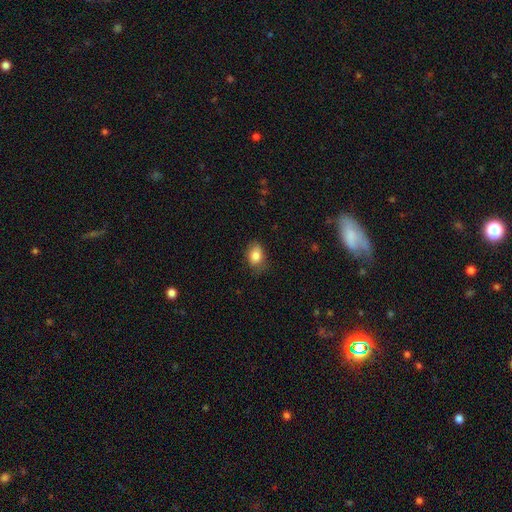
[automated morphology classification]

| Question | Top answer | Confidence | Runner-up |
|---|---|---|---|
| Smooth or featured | smooth | 83% | featured or disk (9%) |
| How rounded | in between | 76% | round (22%) |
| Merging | none | 68% | minor disturbance (25%) |